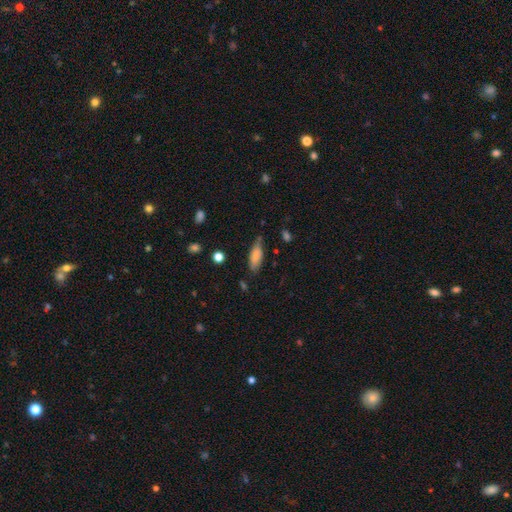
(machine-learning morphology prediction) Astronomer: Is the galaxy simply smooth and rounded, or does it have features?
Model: smooth — 80%.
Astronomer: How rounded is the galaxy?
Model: in between — 68%.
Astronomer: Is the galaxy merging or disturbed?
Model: none — 64%.